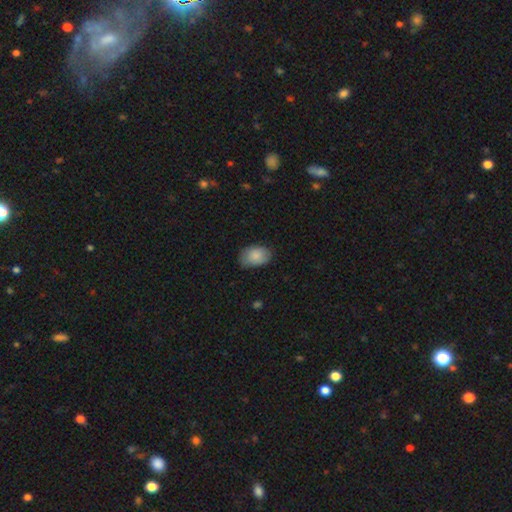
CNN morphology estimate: This is clearly a smooth galaxy (86%). How rounded: clearly in between (87%). Merging: likely none (74%).